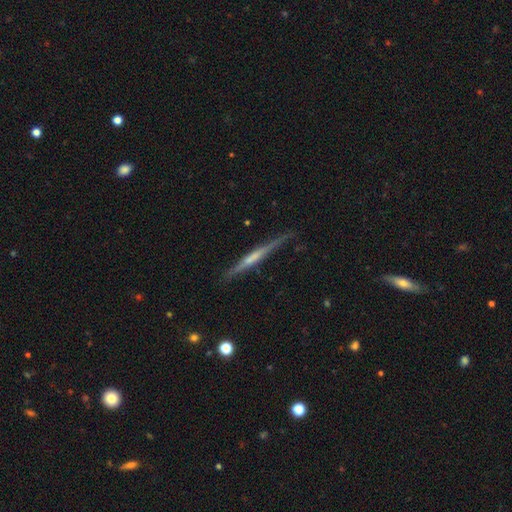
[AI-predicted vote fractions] A featured or disk galaxy (68%) viewed edge-on (97%) with no central bulge (54%).

Vote fractions:
- Smooth or featured? featured or disk: 68% / smooth: 26% / star or artifact: 6%
- Edge-on disk? yes: 97% / no: 3%
- Edge-on bulge? none: 54% / rounded: 34% / boxy: 12%
- Merging? none: 84% / minor disturbance: 12% / major disturbance: 2% / merger: 2%